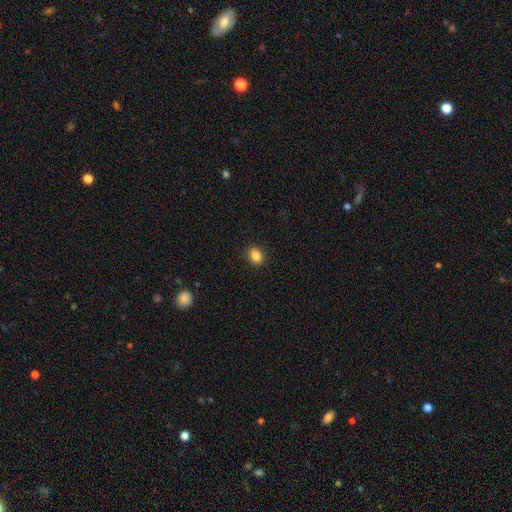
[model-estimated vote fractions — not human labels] Smooth or featured? Predicted: smooth (p=0.86). How rounded? Predicted: in between (p=0.62). Merging? Predicted: none (p=0.90).